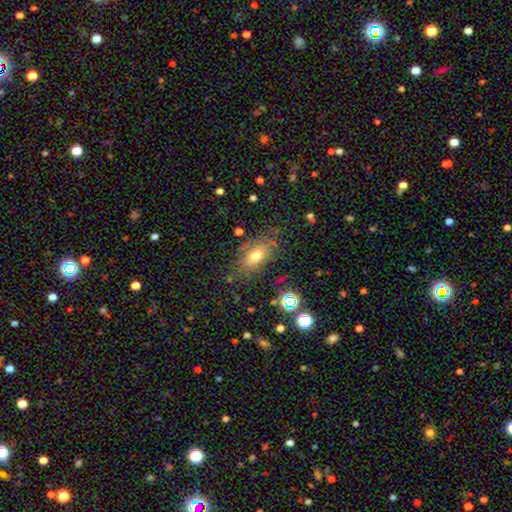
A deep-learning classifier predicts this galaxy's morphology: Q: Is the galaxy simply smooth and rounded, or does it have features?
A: smooth — 61%.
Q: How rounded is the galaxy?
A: in between — 81%.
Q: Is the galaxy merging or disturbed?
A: none — 72%.